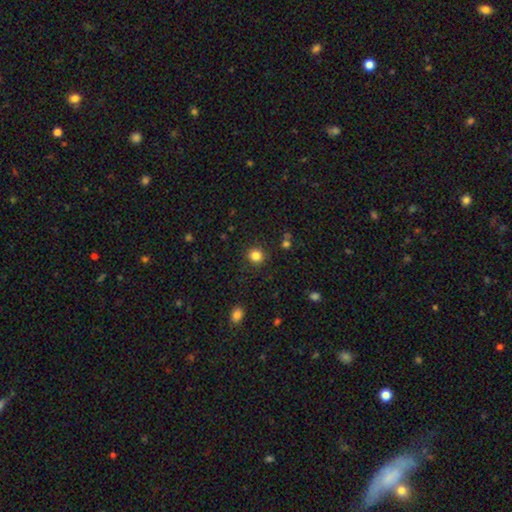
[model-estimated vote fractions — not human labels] smooth-or-featured: smooth: 84% | star or artifact: 12% | featured or disk: 4%
  how-rounded: round: 89% | in between: 10% | cigar-shaped: 1%
  merging: none: 89% | minor disturbance: 7% | major disturbance: 3% | merger: 2%